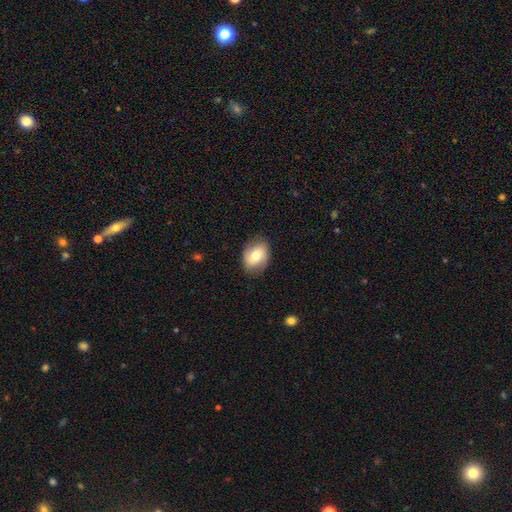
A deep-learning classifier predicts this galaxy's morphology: smooth_or_featured: smooth (p=0.70) [alt: featured or disk p=0.23]
how_rounded: in between (p=0.71) [alt: round p=0.28]
merging: none (p=0.81) [alt: minor disturbance p=0.15]